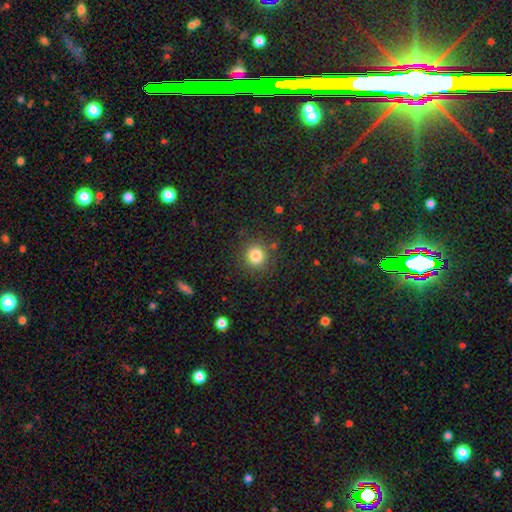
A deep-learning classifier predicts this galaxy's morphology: Overall: smooth (83%). How rounded: round (92%). Merging: none (86%).